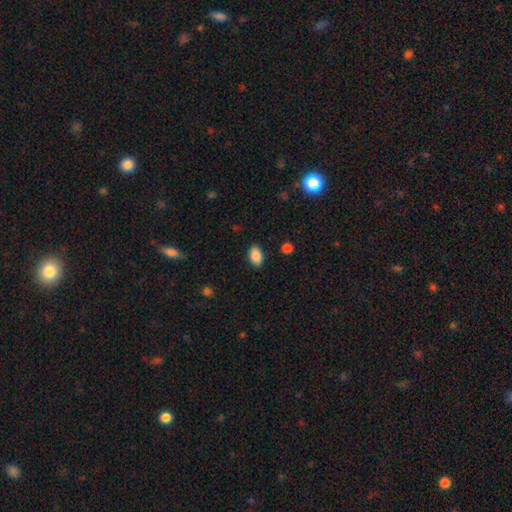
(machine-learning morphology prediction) Smooth or featured: smooth — 87% (star or artifact — 8%)
How rounded: in between — 90% (round — 9%)
Merging: none — 86% (minor disturbance — 10%)